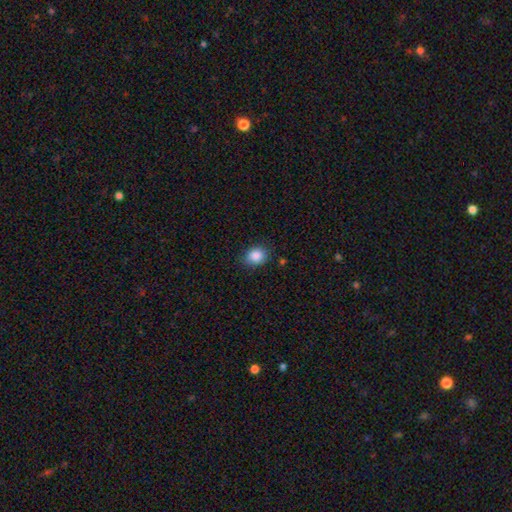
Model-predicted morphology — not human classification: type=smooth (87%); roundness=round (56%); merging=none (83%).